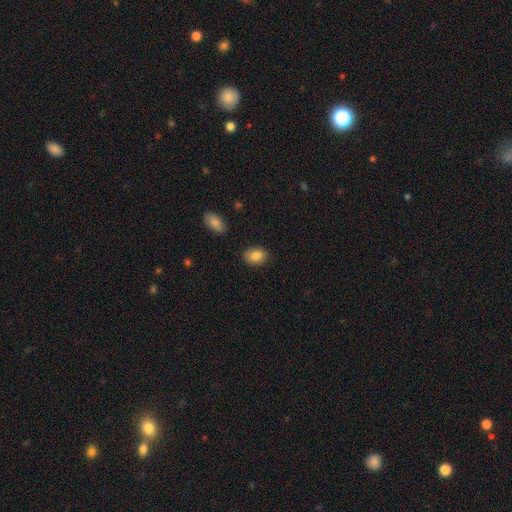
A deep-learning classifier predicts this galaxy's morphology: Smooth or featured? smooth (85%)
How rounded? in between (70%)
Merging? none (85%)